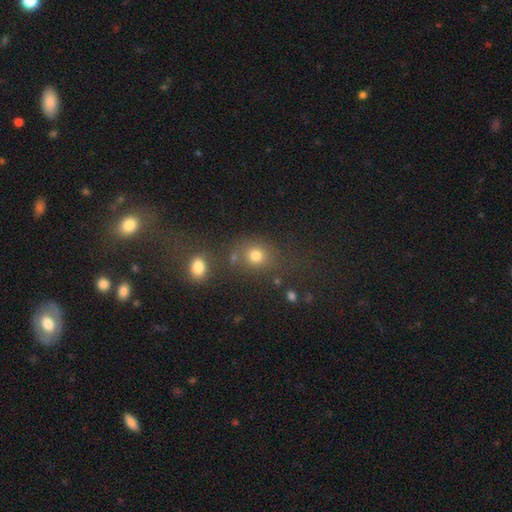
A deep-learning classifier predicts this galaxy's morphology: smooth 75%, star or artifact 16%, featured or disk 9%. Down the decision tree: how rounded — round (71%); merging — none (63%).